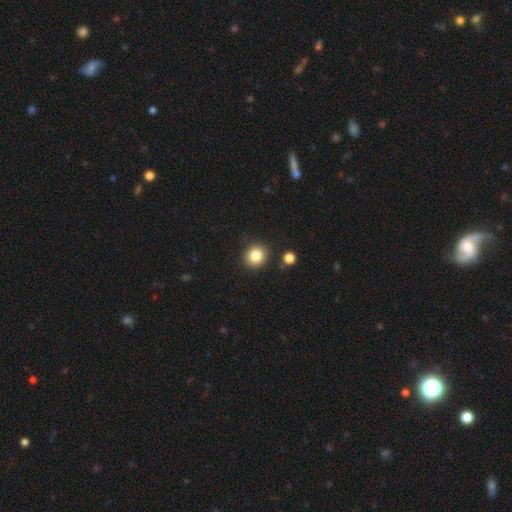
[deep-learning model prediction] Smooth or featured?
  - smooth: 83% *
  - star or artifact: 10%
  - featured or disk: 6%
How rounded?
  - round: 86% *
  - in between: 13%
  - cigar-shaped: 1%
Merging?
  - none: 87% *
  - minor disturbance: 7%
  - merger: 3%
  - major disturbance: 2%